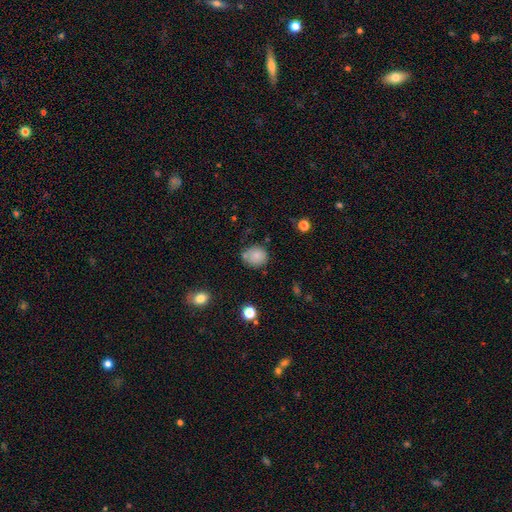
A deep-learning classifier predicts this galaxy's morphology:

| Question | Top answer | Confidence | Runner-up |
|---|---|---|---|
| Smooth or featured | smooth | 82% | star or artifact (11%) |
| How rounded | round | 78% | in between (21%) |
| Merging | none | 70% | minor disturbance (17%) |